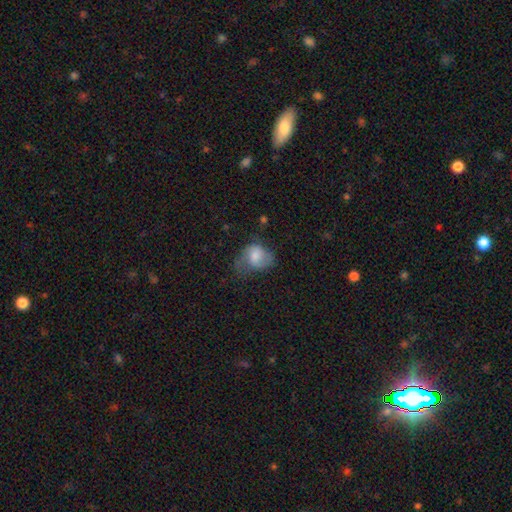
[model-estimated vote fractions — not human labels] This appears to be a smooth galaxy with no disk features (60%) that is in between round and cigar-shaped (61%). Merging: minor disturbance (33%).